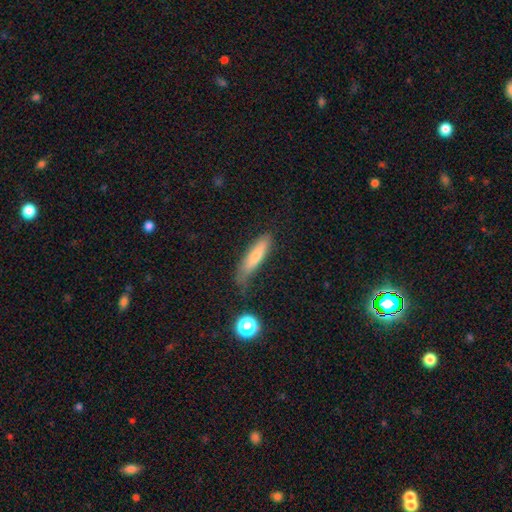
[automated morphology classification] smooth-or-featured: smooth: 71% | featured or disk: 21% | star or artifact: 8%
  how-rounded: cigar-shaped: 79% | in between: 19% | round: 2%
  merging: none: 61% | minor disturbance: 27% | major disturbance: 9% | merger: 3%